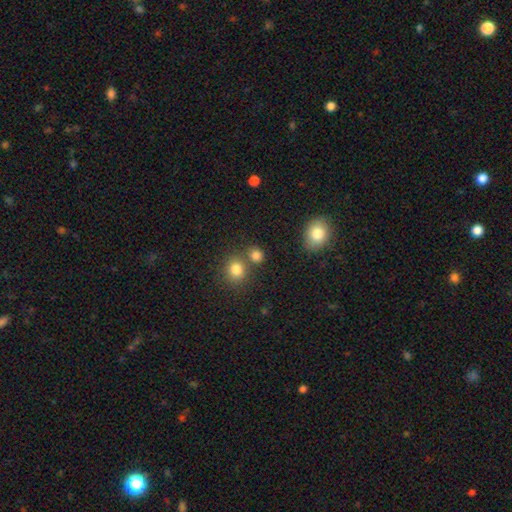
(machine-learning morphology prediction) smooth_or_featured: smooth (p=0.82) [alt: star or artifact p=0.13]
how_rounded: round (p=0.80) [alt: in between p=0.19]
merging: none (p=0.67) [alt: merger p=0.22]